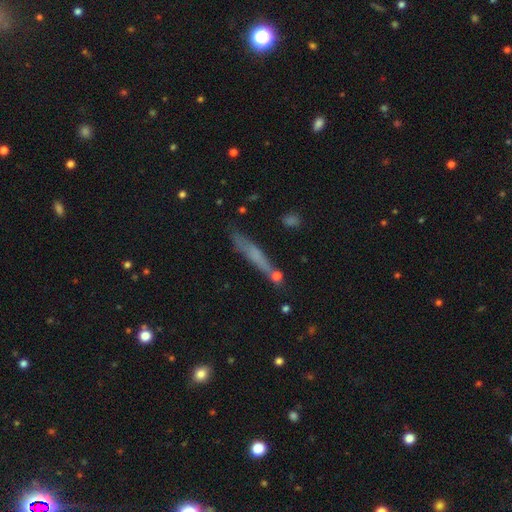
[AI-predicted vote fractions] This appears to be a smooth galaxy with no disk features (53%) that is cigar-shaped (92%). Merging: none (71%).